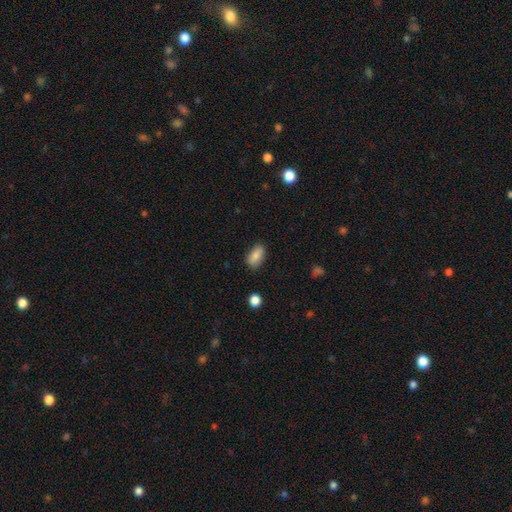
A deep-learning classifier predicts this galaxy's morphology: Smooth or featured: smooth — 82% (featured or disk — 10%)
How rounded: in between — 91% (cigar-shaped — 5%)
Merging: none — 80% (minor disturbance — 16%)